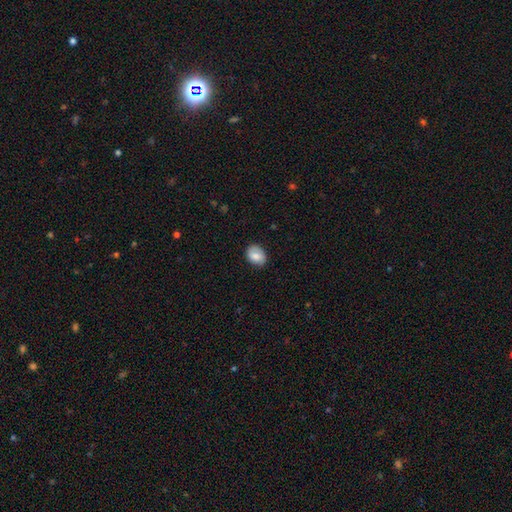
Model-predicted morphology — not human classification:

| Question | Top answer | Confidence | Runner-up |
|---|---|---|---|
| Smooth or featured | smooth | 79% | featured or disk (14%) |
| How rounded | in between | 66% | round (33%) |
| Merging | none | 81% | minor disturbance (15%) |